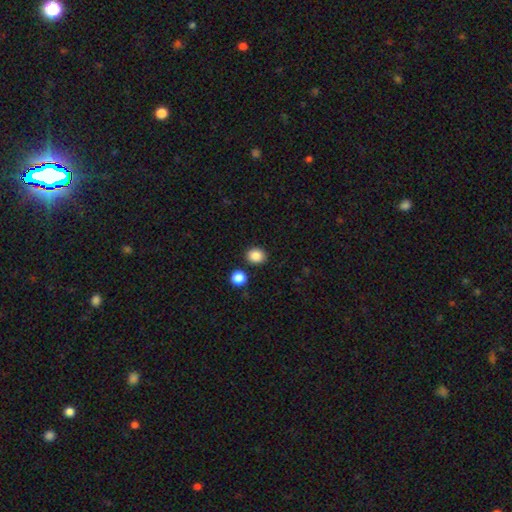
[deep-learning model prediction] Smooth or featured? smooth (86%)
How rounded? round (70%)
Merging? none (85%)